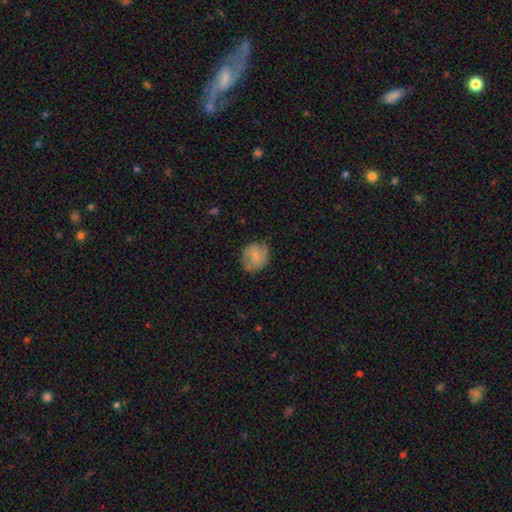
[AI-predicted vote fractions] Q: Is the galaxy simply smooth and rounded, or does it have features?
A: smooth — 66%.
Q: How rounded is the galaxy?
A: round — 74%.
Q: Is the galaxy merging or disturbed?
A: none — 64%.